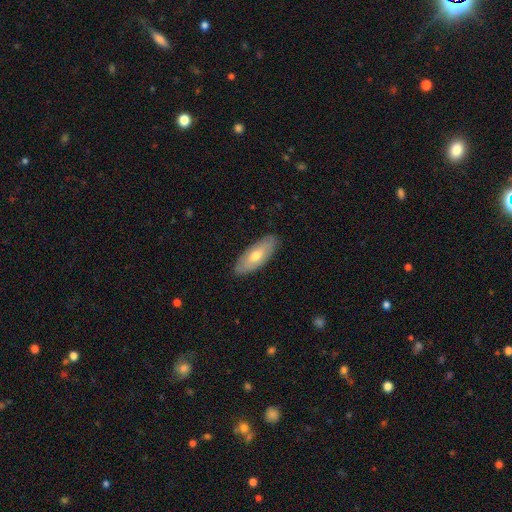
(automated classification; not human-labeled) This is likely a smooth galaxy (60%). How rounded: likely in between (80%). Merging: clearly none (86%).